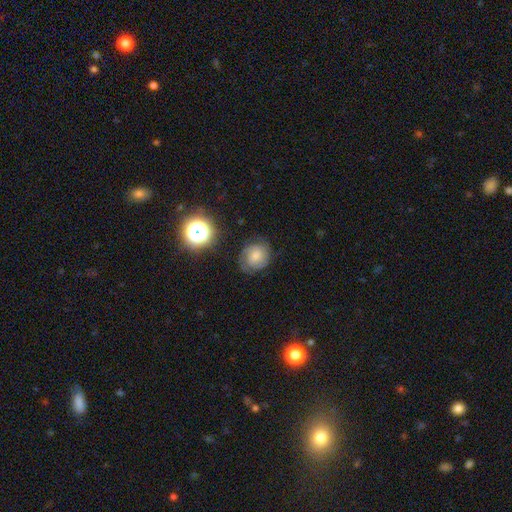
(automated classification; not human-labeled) Q: Smooth or featured?
A: smooth (56%); runner-up: featured or disk (31%)
Q: How rounded?
A: round (74%); runner-up: in between (25%)
Q: Merging?
A: none (67%); runner-up: minor disturbance (22%)